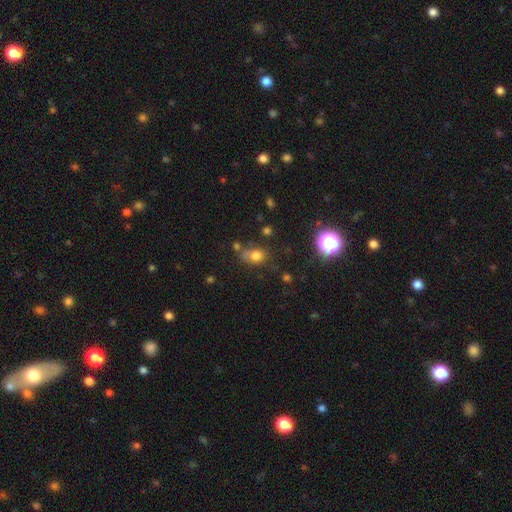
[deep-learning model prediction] Q: Smooth or featured?
A: smooth (74%); runner-up: star or artifact (16%)
Q: How rounded?
A: in between (61%); runner-up: round (37%)
Q: Merging?
A: none (58%); runner-up: minor disturbance (22%)